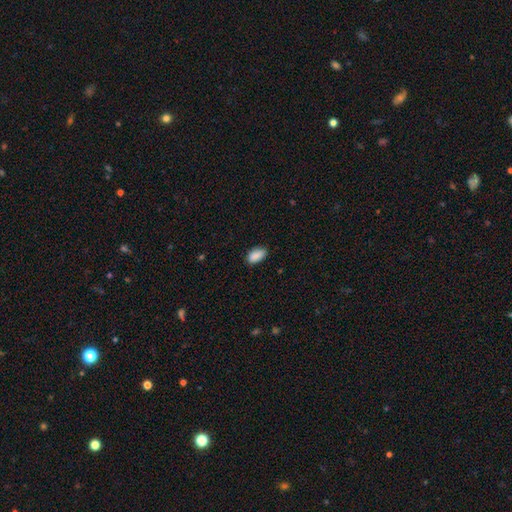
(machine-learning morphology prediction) smooth 89%, star or artifact 7%, featured or disk 4%. Down the decision tree: how rounded — in between (93%); merging — none (80%).